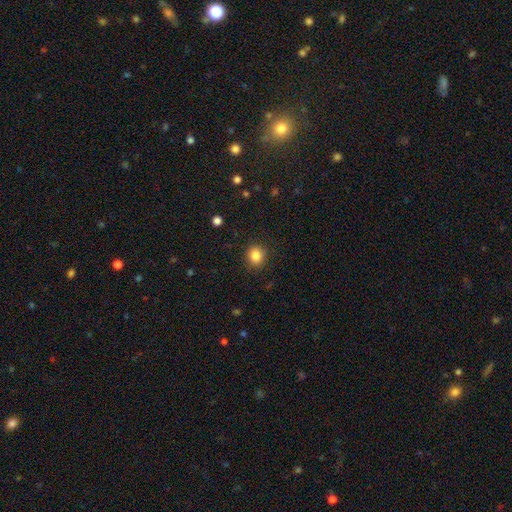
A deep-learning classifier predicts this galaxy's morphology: smooth 84%, star or artifact 11%, featured or disk 5%. Down the decision tree: how rounded — round (84%); merging — none (89%).